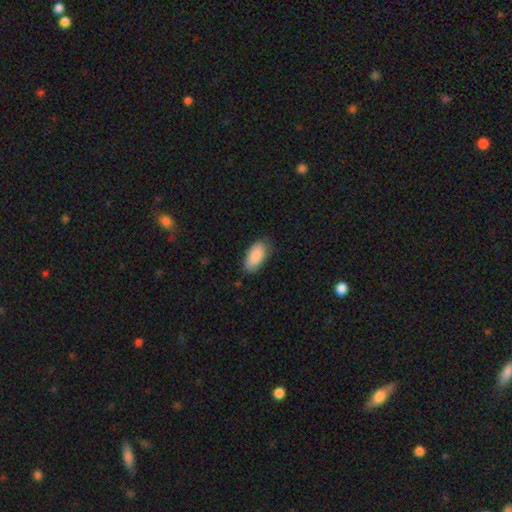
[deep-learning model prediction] smooth_or_featured: smooth (p=0.90) [alt: star or artifact p=0.06]
how_rounded: in between (p=0.92) [alt: cigar-shaped p=0.06]
merging: none (p=0.80) [alt: minor disturbance p=0.16]